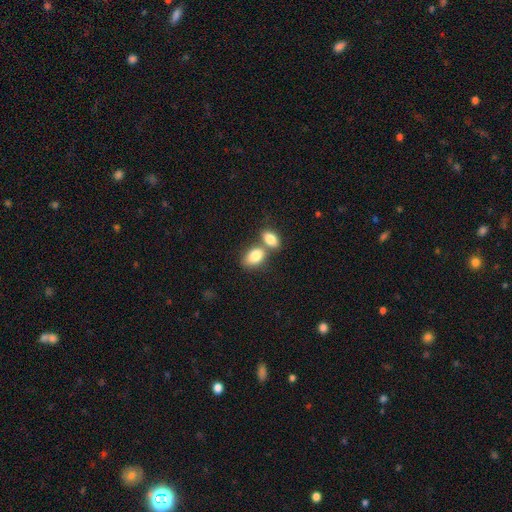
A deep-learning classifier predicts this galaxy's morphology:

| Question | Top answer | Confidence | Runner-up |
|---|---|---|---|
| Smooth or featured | smooth | 83% | featured or disk (10%) |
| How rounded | in between | 86% | round (12%) |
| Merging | merger | 53% | none (35%) |